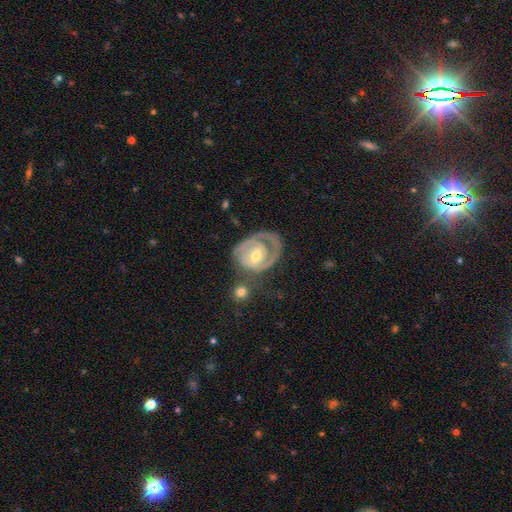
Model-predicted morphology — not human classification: Smooth or featured?
  - featured or disk: 81% *
  - smooth: 15%
  - star or artifact: 5%
Edge-on disk?
  - no: 97% *
  - yes: 3%
Bar?
  - weak: 45% *
  - no: 41%
  - strong: 13%
Spiral arms?
  - yes: 84% *
  - no: 16%
Spiral winding?
  - tight: 62% *
  - medium: 28%
  - loose: 10%
Spiral arm count?
  - 1: 47% *
  - 2: 30%
  - can't tell: 17%
  - 3: 3%
  - 4: 1%
  - more than 4: 1%
Bulge size?
  - moderate: 62% *
  - small: 31%
  - large: 4%
  - none: 1%
  - dominant: 1%
Merging?
  - none: 44% *
  - major disturbance: 24%
  - minor disturbance: 23%
  - merger: 9%